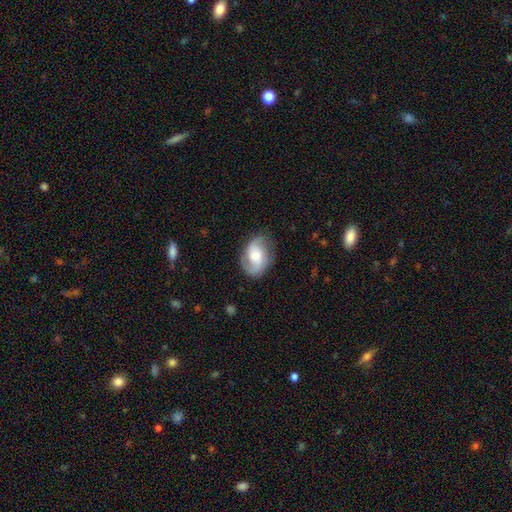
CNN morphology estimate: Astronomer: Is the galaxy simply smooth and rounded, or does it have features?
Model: featured or disk — 71%.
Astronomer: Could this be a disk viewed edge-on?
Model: no — 97%.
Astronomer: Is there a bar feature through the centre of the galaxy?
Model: no — 50% (runner-up: weak, 40%).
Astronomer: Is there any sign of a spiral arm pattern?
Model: yes — 93%.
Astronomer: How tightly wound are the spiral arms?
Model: medium — 45% (runner-up: loose, 34%).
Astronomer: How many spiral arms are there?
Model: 2 — 85%.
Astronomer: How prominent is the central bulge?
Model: moderate — 52%.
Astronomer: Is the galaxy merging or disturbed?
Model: none — 76%.